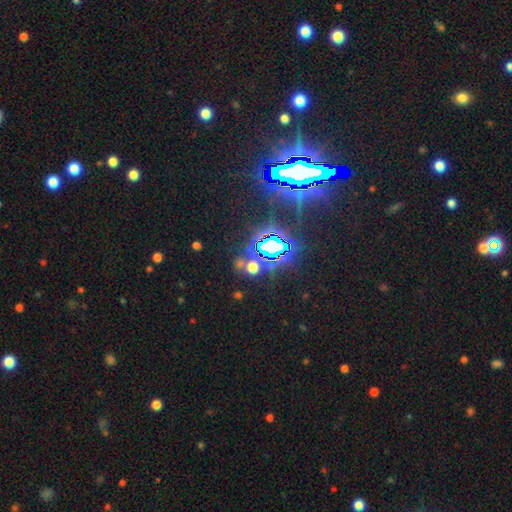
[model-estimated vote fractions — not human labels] smooth_or_featured: star or artifact (p=0.84) [alt: smooth p=0.08]